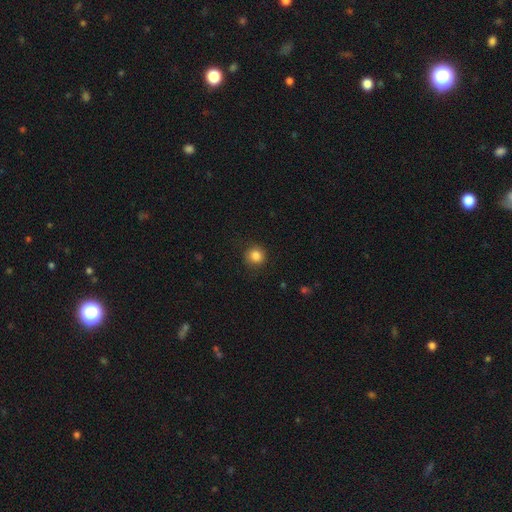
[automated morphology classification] Smooth or featured? smooth (84%)
How rounded? round (89%)
Merging? none (84%)